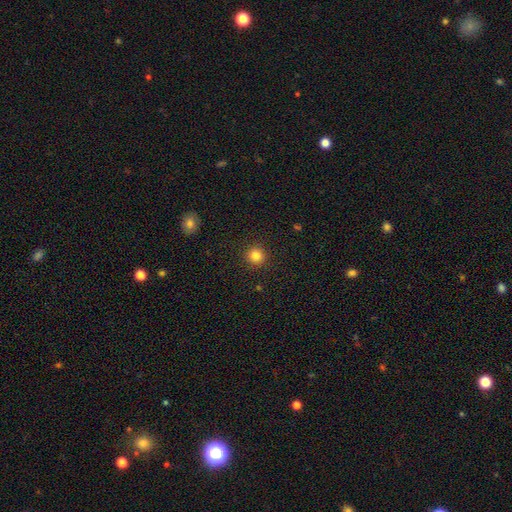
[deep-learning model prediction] smooth 83%, star or artifact 12%, featured or disk 5%. Down the decision tree: how rounded — round (93%); merging — none (92%).